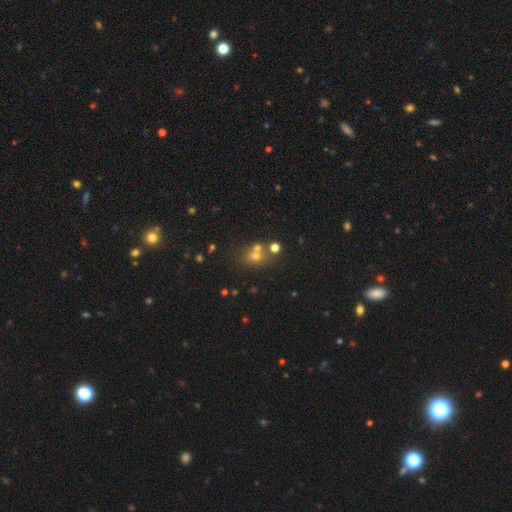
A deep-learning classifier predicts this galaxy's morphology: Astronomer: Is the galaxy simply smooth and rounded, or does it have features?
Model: smooth — 57%.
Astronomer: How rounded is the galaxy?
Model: round — 69%.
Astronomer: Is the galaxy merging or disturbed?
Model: none — 52% (runner-up: merger, 34%).